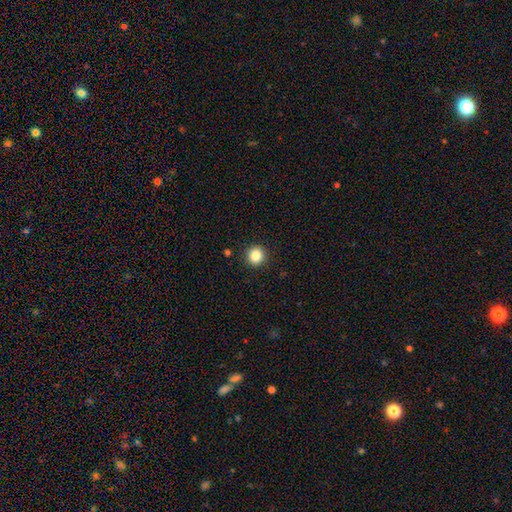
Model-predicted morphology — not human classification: smooth 86%, star or artifact 10%, featured or disk 4%. Down the decision tree: how rounded — round (94%); merging — none (92%).